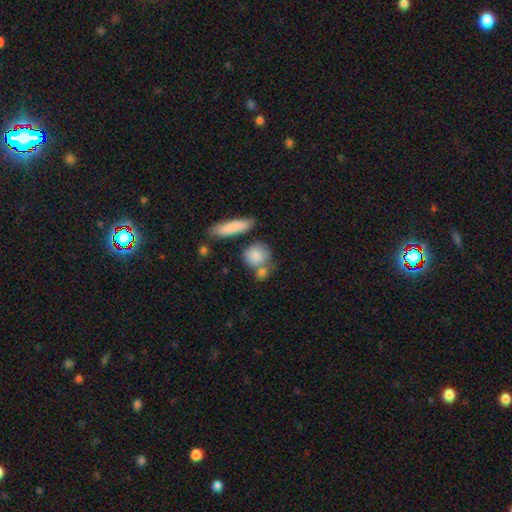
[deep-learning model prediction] Morphology: type=smooth (83%); roundness=round (65%); merging=none (56%).